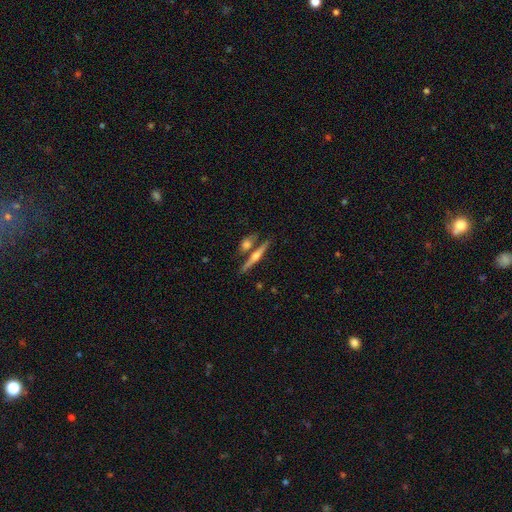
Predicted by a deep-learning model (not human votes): A featured or disk galaxy (67%) viewed edge-on (97%) with a rounded central bulge (89%).

Vote fractions:
- Smooth or featured? featured or disk: 67% / smooth: 27% / star or artifact: 6%
- Edge-on disk? yes: 97% / no: 3%
- Edge-on bulge? rounded: 89% / none: 6% / boxy: 5%
- Merging? none: 73% / merger: 16% / minor disturbance: 8% / major disturbance: 2%